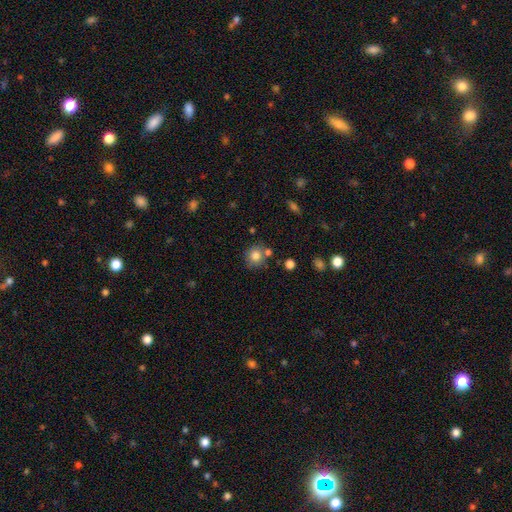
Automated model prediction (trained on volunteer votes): Smooth or featured?
  - smooth: 80% *
  - star or artifact: 10%
  - featured or disk: 9%
How rounded?
  - round: 87% *
  - in between: 12%
  - cigar-shaped: 1%
Merging?
  - none: 69% *
  - merger: 14%
  - minor disturbance: 13%
  - major disturbance: 4%